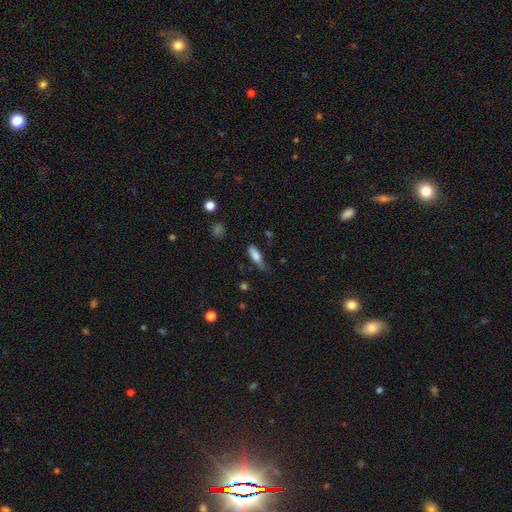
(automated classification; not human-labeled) A smooth galaxy with no disk features (76%) that is in between round and cigar-shaped (51%).

Vote fractions:
- Smooth or featured? smooth: 76% / featured or disk: 16% / star or artifact: 7%
- How rounded? in between: 51% / cigar-shaped: 46% / round: 2%
- Merging? none: 52% / minor disturbance: 35% / major disturbance: 11% / merger: 2%